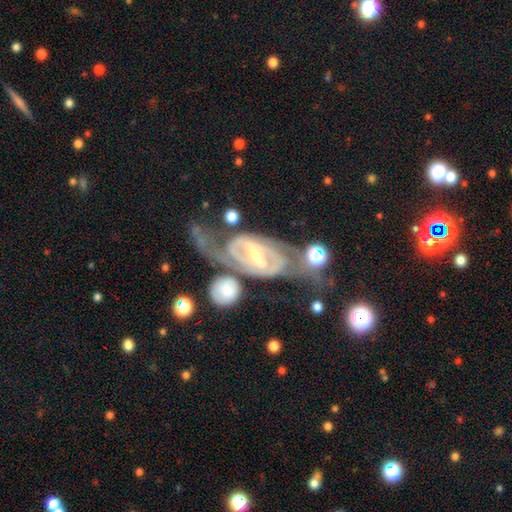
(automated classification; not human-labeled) smooth_or_featured: featured or disk (p=0.88) [alt: smooth p=0.07]
disk_edge_on: no (p=0.94) [alt: yes p=0.06]
bar: strong (p=0.52) [alt: weak p=0.35]
has_spiral_arms: yes (p=0.94) [alt: no p=0.06]
spiral_winding: medium (p=0.44) [alt: tight p=0.38]
spiral_arm_count: 2 (p=0.81) [alt: can't tell p=0.09]
bulge_size: small (p=0.56) [alt: moderate p=0.30]
merging: none (p=0.42) [alt: major disturbance p=0.25]